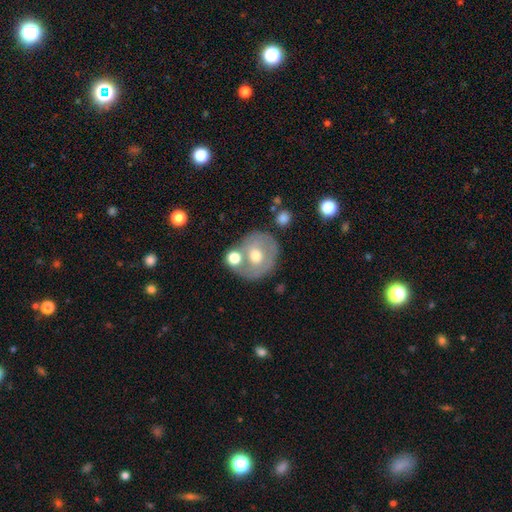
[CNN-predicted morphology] Overall: smooth (48%; featured or disk 44%). Merging: none (51%; merger 27%).